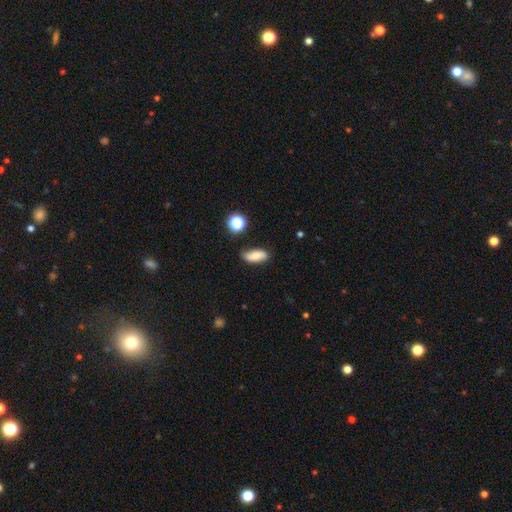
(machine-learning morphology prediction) Overall: smooth (72%). How rounded: in between (78%). Merging: none (75%).